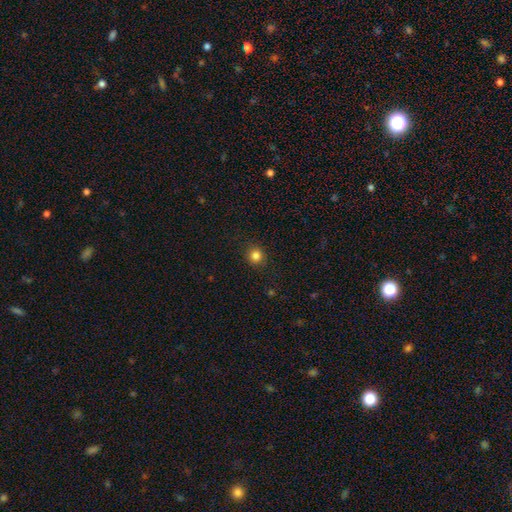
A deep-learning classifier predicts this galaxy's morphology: This is clearly a smooth galaxy (83%). How rounded: clearly round (90%). Merging: clearly none (90%).